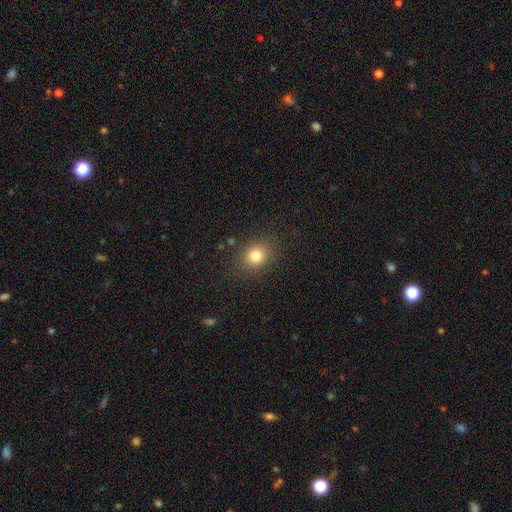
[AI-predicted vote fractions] Smooth or featured? Predicted: smooth (p=0.80). How rounded? Predicted: round (p=0.62). Merging? Predicted: none (p=0.85).